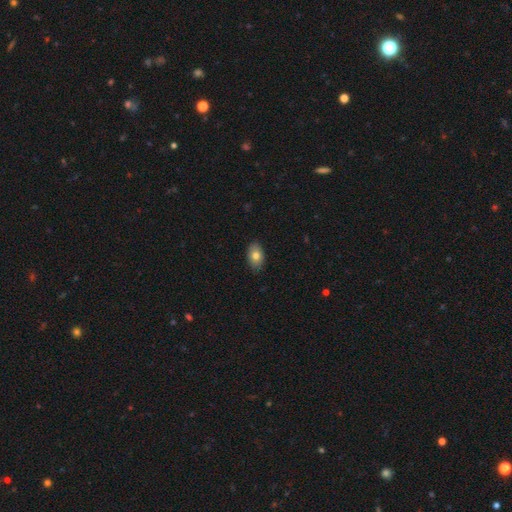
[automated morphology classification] Overall: smooth (78%). How rounded: in between (89%). Merging: none (88%).